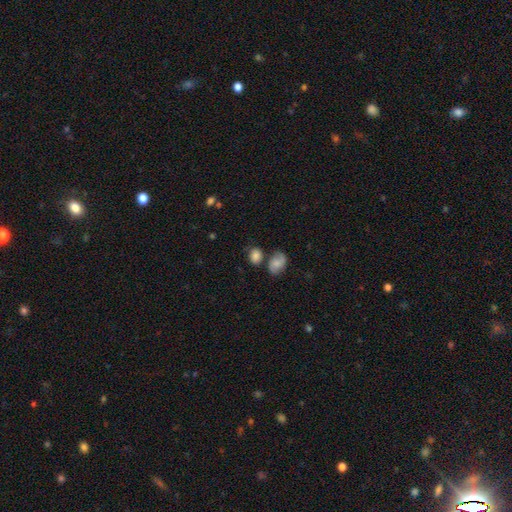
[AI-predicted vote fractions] This is likely a smooth galaxy (76%). How rounded: possibly in between (57%). Merging: possibly none (59%).